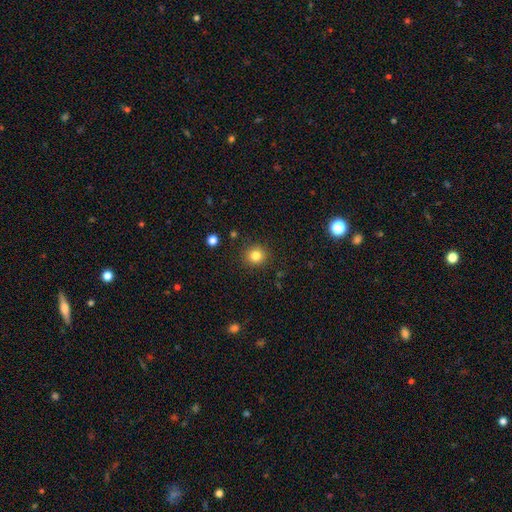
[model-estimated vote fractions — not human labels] Smooth or featured? smooth (82%)
How rounded? round (91%)
Merging? none (90%)